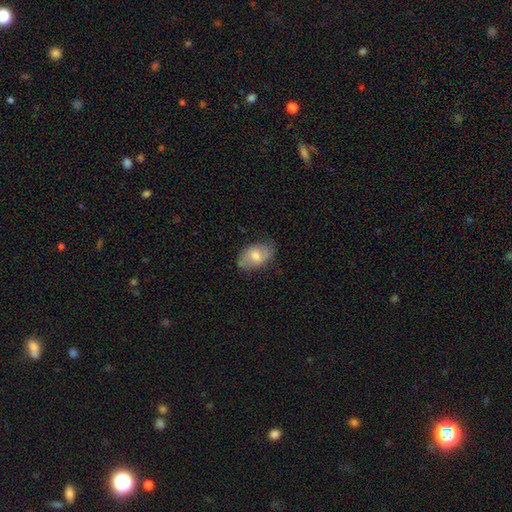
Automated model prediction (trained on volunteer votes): Smooth or featured?
  - smooth: 59% *
  - featured or disk: 34%
  - star or artifact: 7%
How rounded?
  - in between: 89% *
  - round: 10%
  - cigar-shaped: 2%
Merging?
  - none: 75% *
  - minor disturbance: 19%
  - major disturbance: 4%
  - merger: 1%